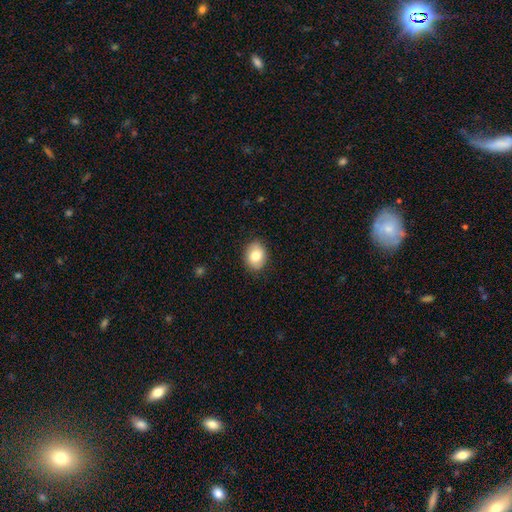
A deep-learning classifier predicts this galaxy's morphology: smooth_or_featured: smooth (p=0.80) [alt: featured or disk p=0.13]
how_rounded: in between (p=0.57) [alt: round p=0.42]
merging: none (p=0.87) [alt: minor disturbance p=0.10]